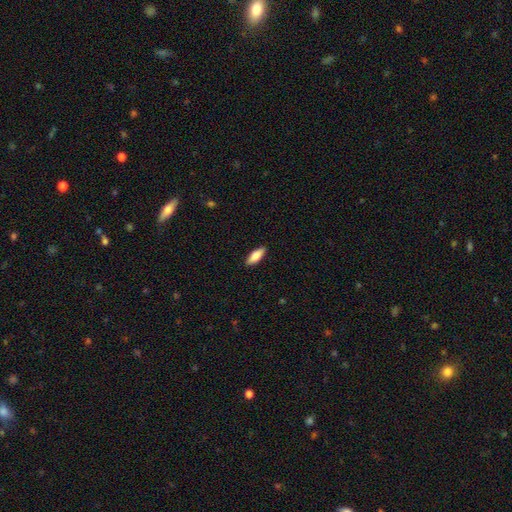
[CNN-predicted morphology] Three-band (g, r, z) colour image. It shows a smooth galaxy with no disk features (79%) that is in between round and cigar-shaped (68%). Merging: none (89%).